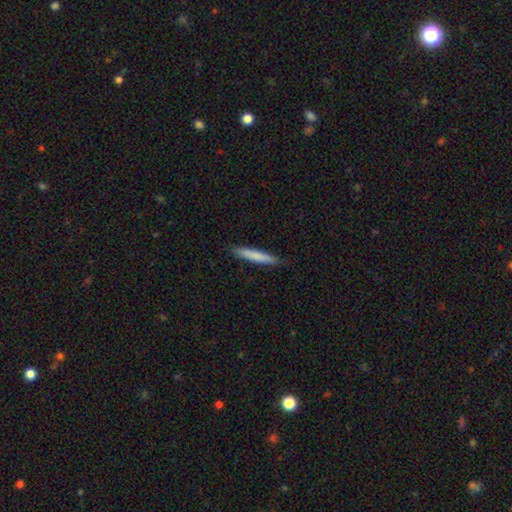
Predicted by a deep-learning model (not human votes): Morphology: type=smooth (75%); roundness=cigar-shaped (94%); merging=none (87%).